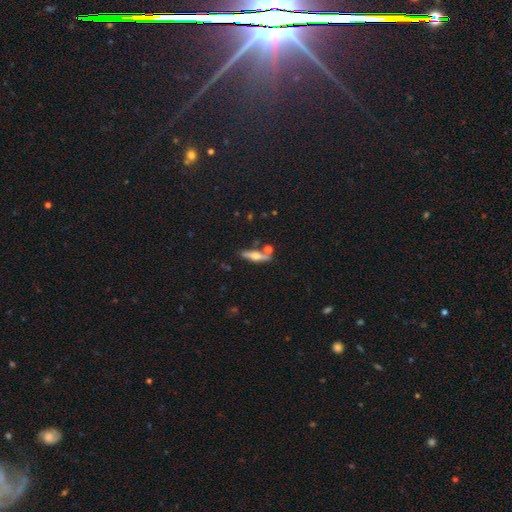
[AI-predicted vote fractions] A featured or disk galaxy (60%) viewed edge-on (94%) with a rounded central bulge (94%). Merging: none (76%).